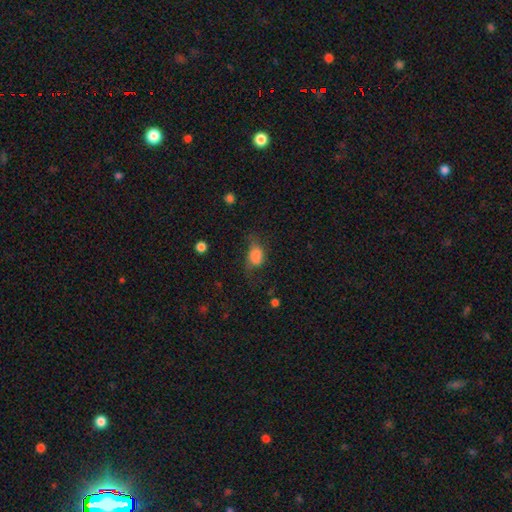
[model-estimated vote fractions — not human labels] Overall: smooth (78%). How rounded: in between (78%). Merging: none (36%; minor disturbance 31%).